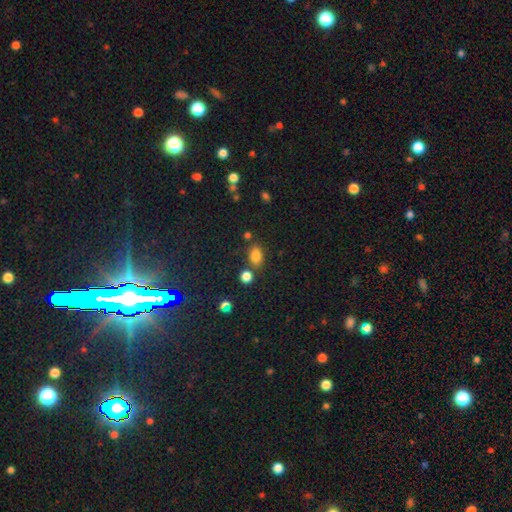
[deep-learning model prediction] Smooth or featured?
  - smooth: 80% *
  - star or artifact: 14%
  - featured or disk: 6%
How rounded?
  - in between: 79% *
  - round: 19%
  - cigar-shaped: 2%
Merging?
  - none: 72% *
  - minor disturbance: 13%
  - merger: 11%
  - major disturbance: 4%